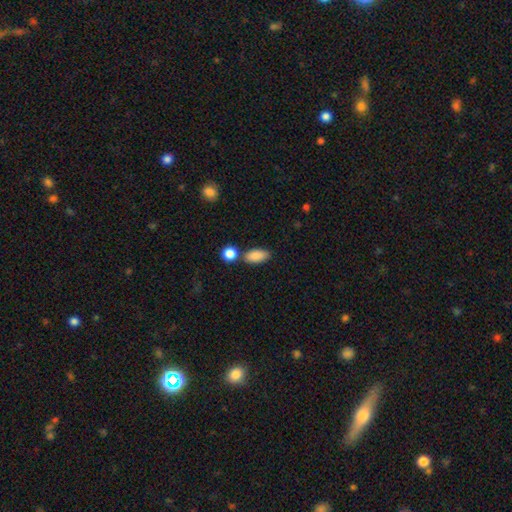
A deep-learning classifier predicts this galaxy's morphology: type=smooth (87%); roundness=in between (88%); merging=none (70%).